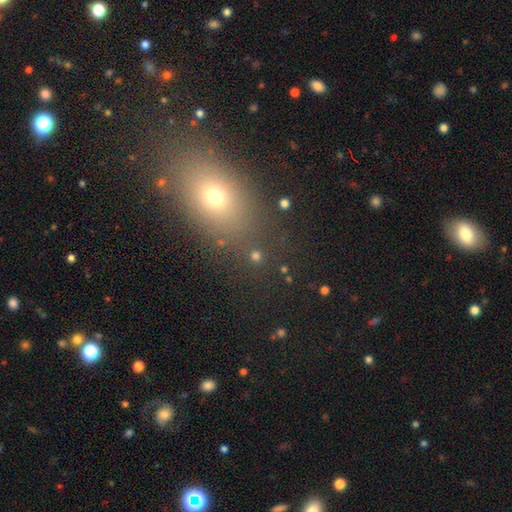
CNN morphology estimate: This appears to be a smooth galaxy with no disk features (62%) that is round (77%). Merging: none (78%).